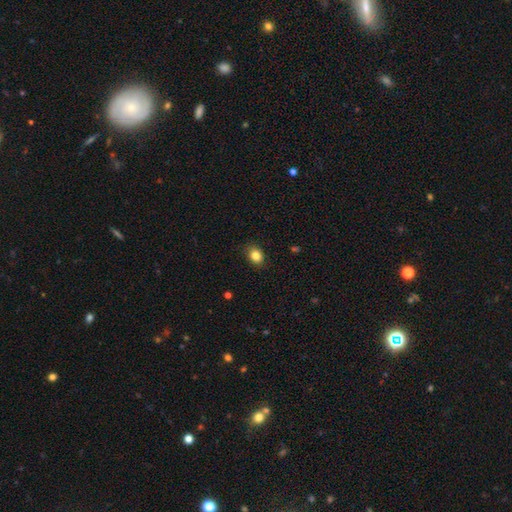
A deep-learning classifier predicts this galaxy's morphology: Smooth or featured?
  - smooth: 84% *
  - star or artifact: 10%
  - featured or disk: 6%
How rounded?
  - in between: 57% *
  - round: 42%
  - cigar-shaped: 1%
Merging?
  - none: 87% *
  - minor disturbance: 9%
  - major disturbance: 2%
  - merger: 1%